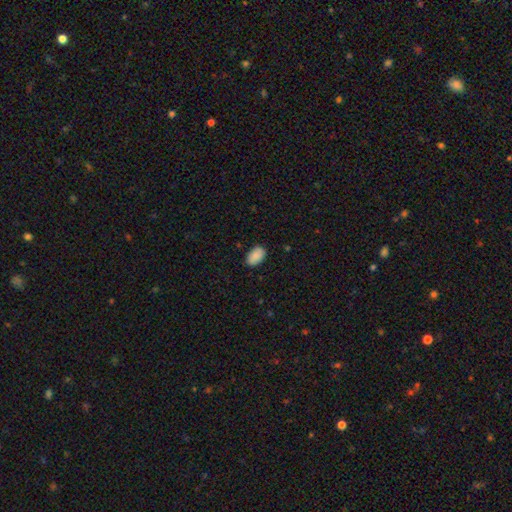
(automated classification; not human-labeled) This appears to be a smooth galaxy with no disk features (89%) that is in between round and cigar-shaped (92%). Merging: none (86%).